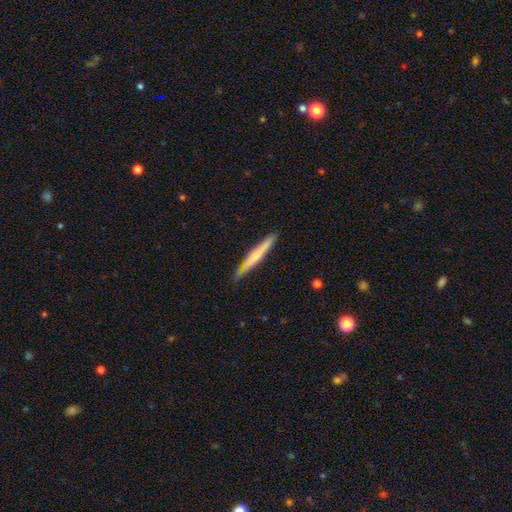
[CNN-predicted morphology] The model was most divided on "smooth or featured": smooth: 52%, featured or disk: 42%, star or artifact: 5%. More confident: how rounded — cigar-shaped (95%); merging — none (79%).